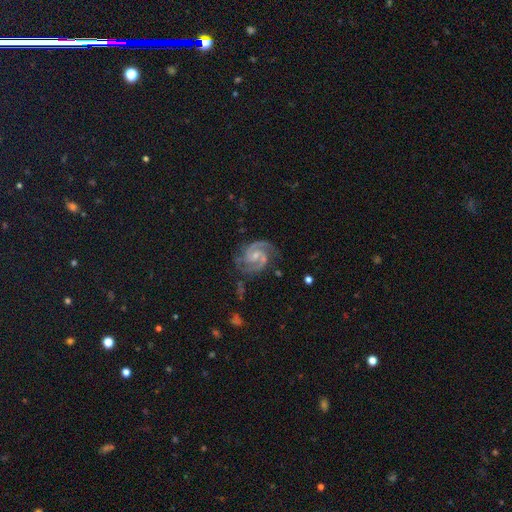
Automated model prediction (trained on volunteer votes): Overall: featured or disk (93%). Edge-on disk: no (98%). Bar: no (46%; weak 43%). Spiral arms: yes (99%). Spiral arm count: 2 (86%). Spiral winding: medium (53%; tight 40%). Bulge size: small (62%; moderate 30%). Merging: none (71%).